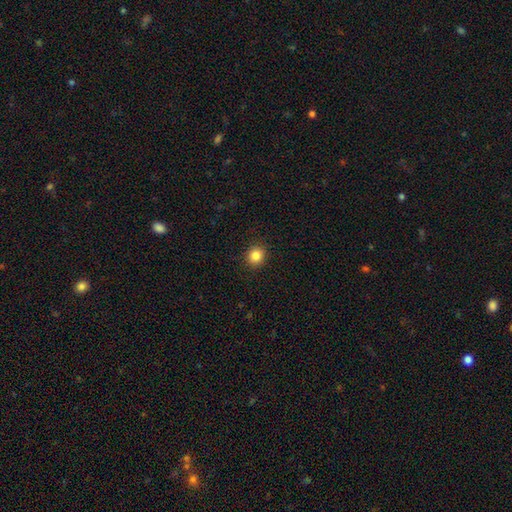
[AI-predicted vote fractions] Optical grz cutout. It shows a smooth galaxy with no disk features (84%) that is round (84%). Merging: none (91%).